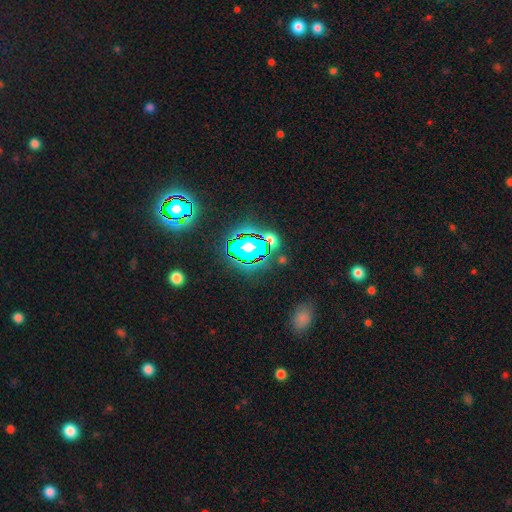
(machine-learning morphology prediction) Smooth or featured: star or artifact — 80% (smooth — 12%)